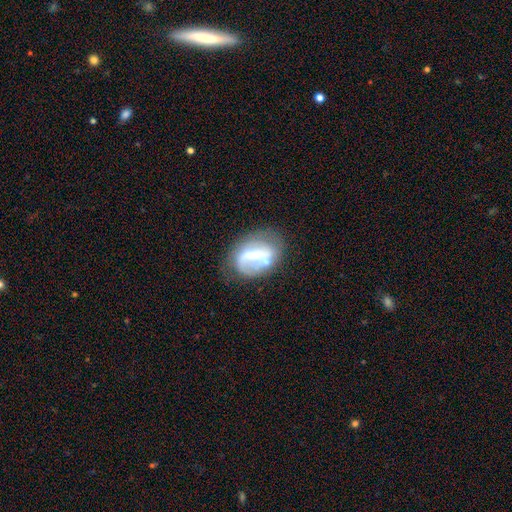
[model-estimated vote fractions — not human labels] featured or disk 54%, smooth 36%, star or artifact 10%. Down the decision tree: edge-on disk — no (94%); bar — strong (44%); spiral arms — no (67%); bulge size — moderate (38%); merging — none (44%).